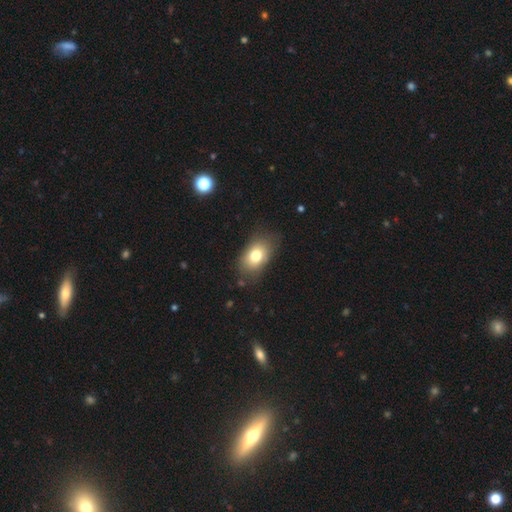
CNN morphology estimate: Smooth or featured? Predicted: smooth (p=0.76). How rounded? Predicted: in between (p=0.84). Merging? Predicted: none (p=0.77).